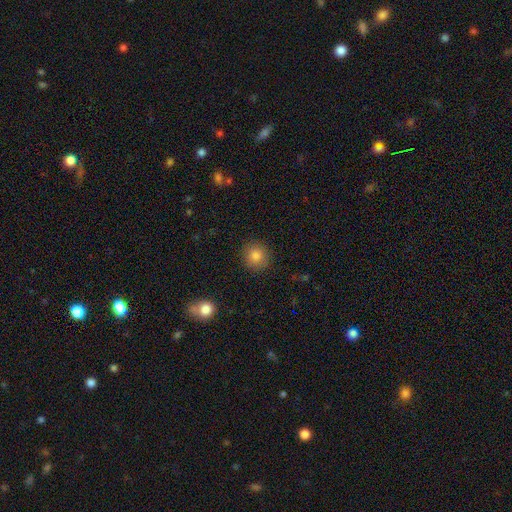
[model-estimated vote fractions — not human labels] smooth 83%, star or artifact 11%, featured or disk 6%. Down the decision tree: how rounded — round (92%); merging — none (91%).